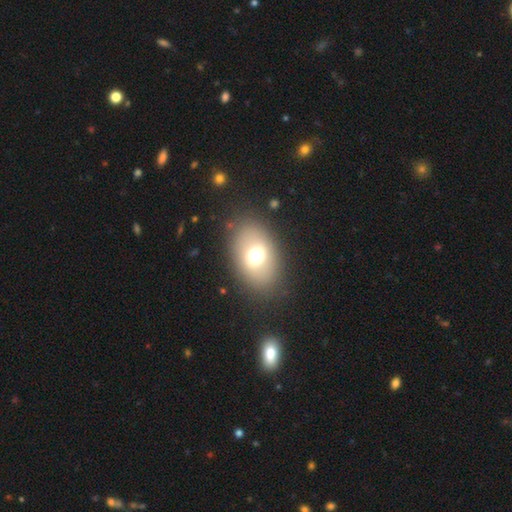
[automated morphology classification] Smooth or featured? Predicted: smooth (p=0.65). How rounded? Predicted: in between (p=0.74). Merging? Predicted: none (p=0.83).